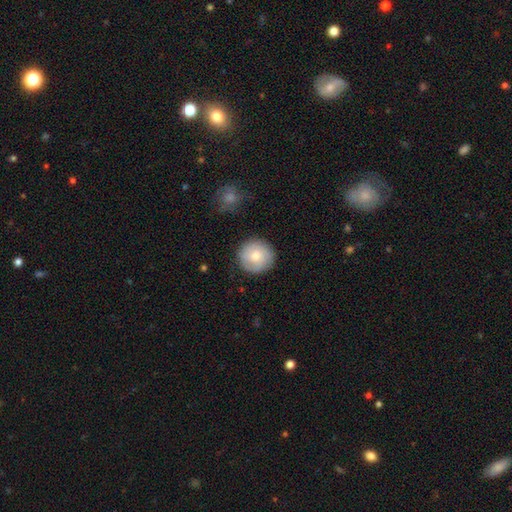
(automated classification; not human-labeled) Smooth or featured: smooth — 70% (featured or disk — 23%)
How rounded: round — 95% (in between — 4%)
Merging: none — 87% (minor disturbance — 10%)